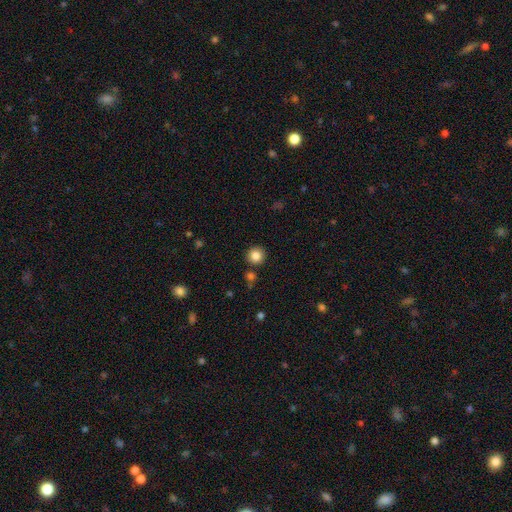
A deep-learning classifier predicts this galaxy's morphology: The model was most divided on "smooth or featured": smooth: 84%, star or artifact: 11%, featured or disk: 5%. More confident: how rounded — round (95%); merging — none (88%).